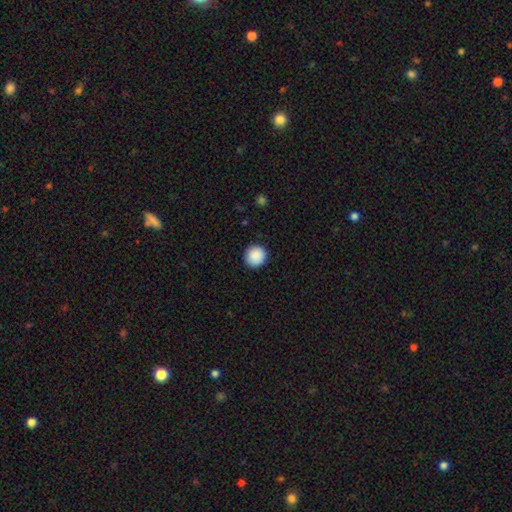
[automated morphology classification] Q: Smooth or featured?
A: smooth (89%); runner-up: star or artifact (8%)
Q: How rounded?
A: round (93%); runner-up: in between (6%)
Q: Merging?
A: none (92%); runner-up: minor disturbance (5%)